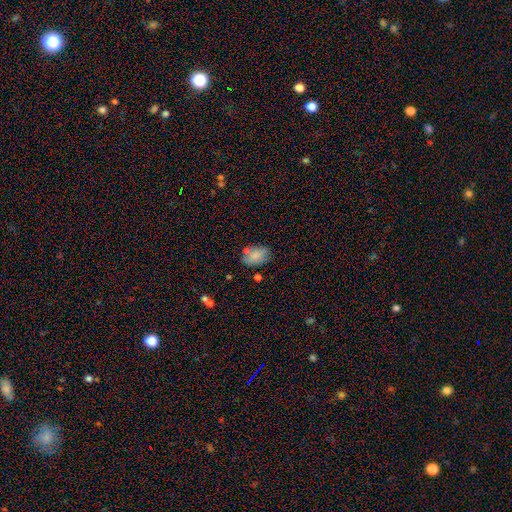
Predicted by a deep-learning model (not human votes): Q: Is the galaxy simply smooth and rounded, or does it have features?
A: smooth — 76%.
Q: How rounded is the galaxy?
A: in between — 85%.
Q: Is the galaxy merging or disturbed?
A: none — 59%.